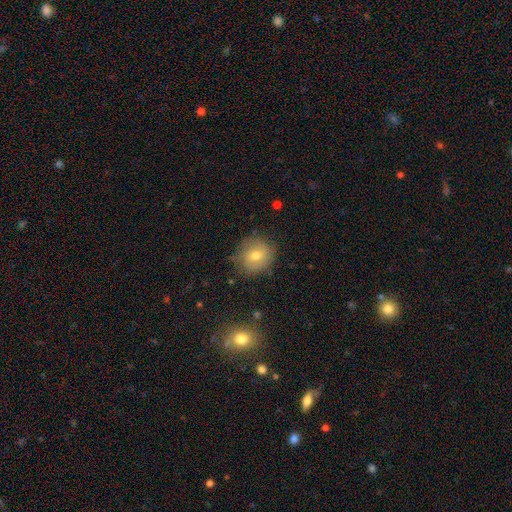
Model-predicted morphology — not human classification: Smooth or featured? Predicted: smooth (p=0.61). How rounded? Predicted: round (p=0.83). Merging? Predicted: none (p=0.78).